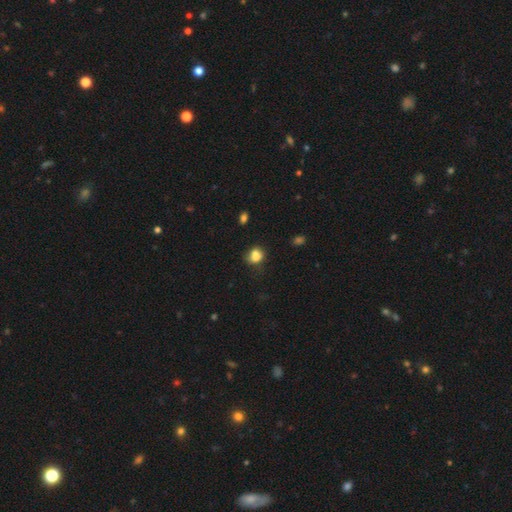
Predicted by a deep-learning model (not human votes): Q: Smooth or featured?
A: smooth (81%); runner-up: star or artifact (11%)
Q: How rounded?
A: round (59%); runner-up: in between (40%)
Q: Merging?
A: none (51%); runner-up: minor disturbance (28%)